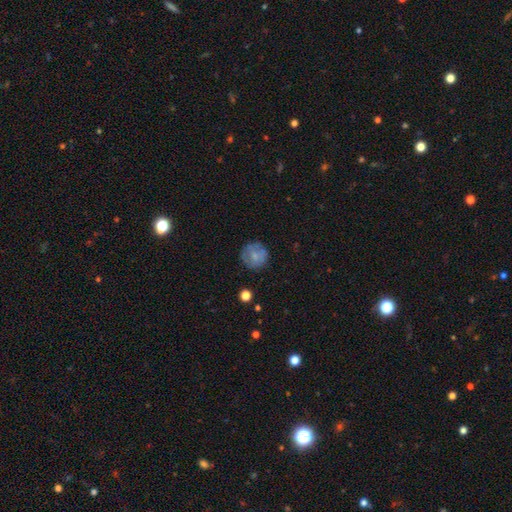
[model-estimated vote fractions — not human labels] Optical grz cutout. It shows a smooth galaxy with no disk features (65%) that is round (92%). Merging: none (76%).